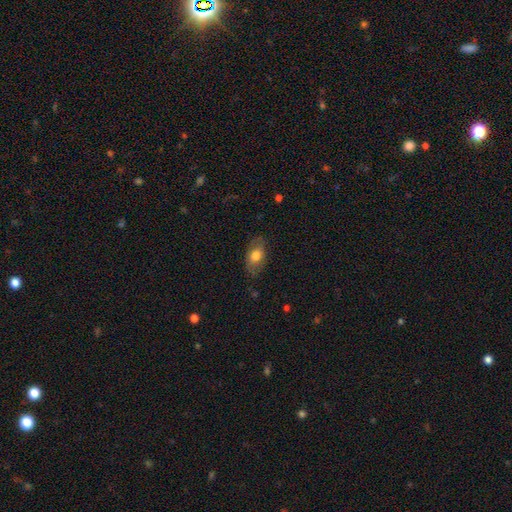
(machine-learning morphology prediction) A smooth galaxy with no disk features (69%) that is in between round and cigar-shaped (89%).

Vote fractions:
- Smooth or featured? smooth: 69% / featured or disk: 23% / star or artifact: 7%
- How rounded? in between: 89% / round: 8% / cigar-shaped: 3%
- Merging? none: 75% / minor disturbance: 18% / major disturbance: 6% / merger: 1%